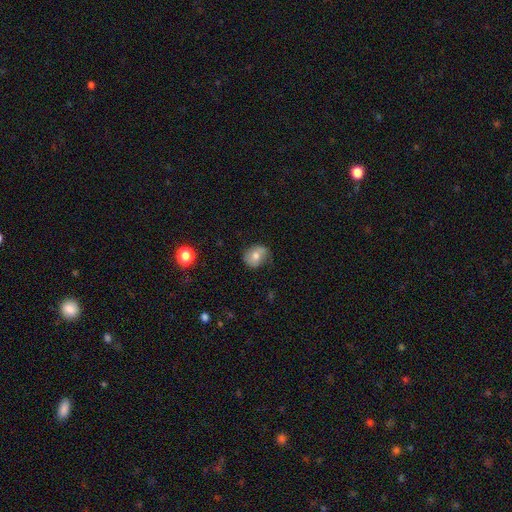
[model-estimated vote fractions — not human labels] Q: Smooth or featured?
A: smooth (62%); runner-up: featured or disk (28%)
Q: How rounded?
A: round (55%); runner-up: in between (44%)
Q: Merging?
A: none (67%); runner-up: minor disturbance (25%)